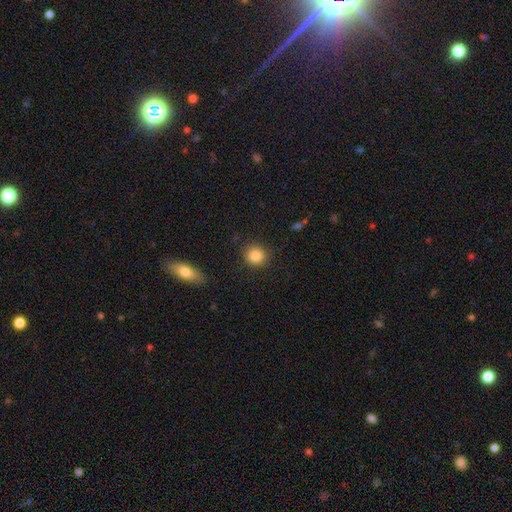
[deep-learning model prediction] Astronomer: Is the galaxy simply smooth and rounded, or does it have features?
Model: smooth — 84%.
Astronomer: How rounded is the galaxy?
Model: round — 89%.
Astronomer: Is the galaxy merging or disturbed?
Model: none — 89%.